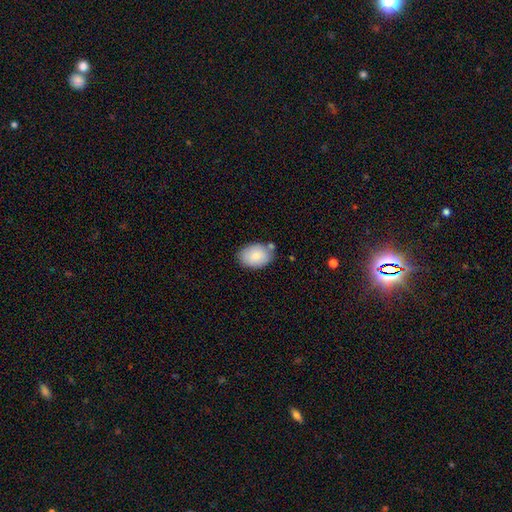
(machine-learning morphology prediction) This is clearly a smooth galaxy (84%). How rounded: clearly in between (86%). Merging: likely none (71%).